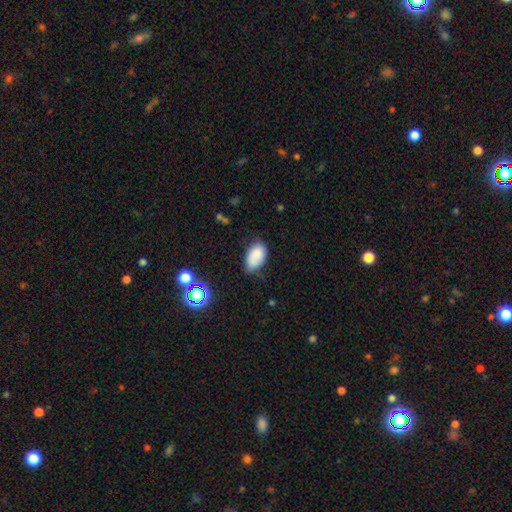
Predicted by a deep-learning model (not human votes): smooth 84%, star or artifact 9%, featured or disk 6%. Down the decision tree: how rounded — in between (92%); merging — none (59%).